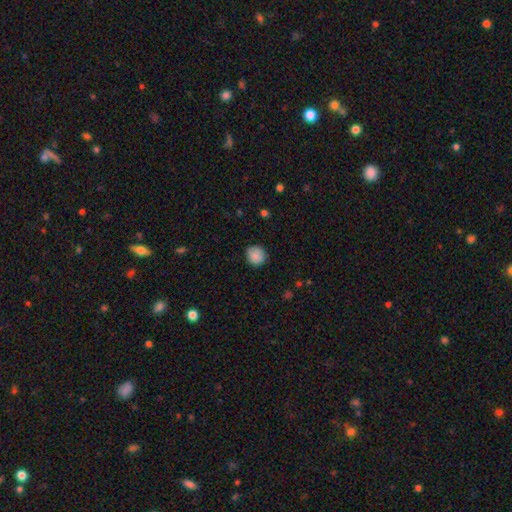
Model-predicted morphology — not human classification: smooth_or_featured: smooth (p=0.85) [alt: star or artifact p=0.08]
how_rounded: round (p=0.89) [alt: in between p=0.10]
merging: none (p=0.85) [alt: minor disturbance p=0.11]